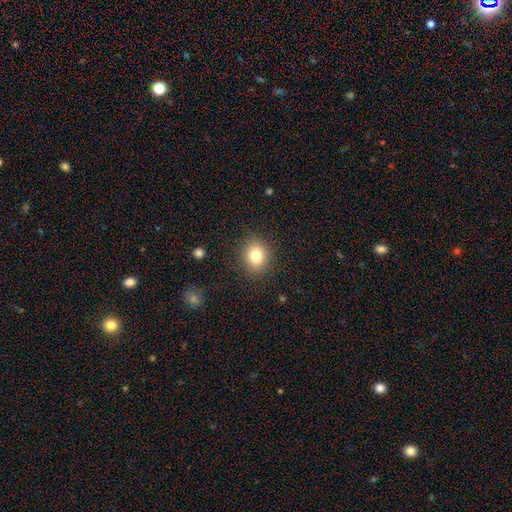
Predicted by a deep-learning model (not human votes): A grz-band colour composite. It shows a smooth galaxy with no disk features (79%) that is round (68%). Merging: none (86%).